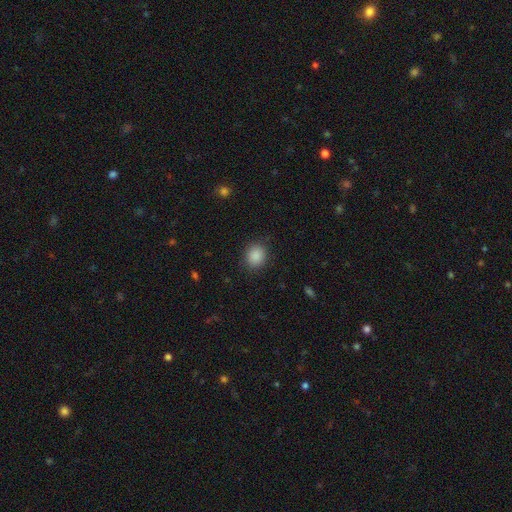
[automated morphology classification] type=smooth (88%); roundness=round (73%); merging=none (87%).